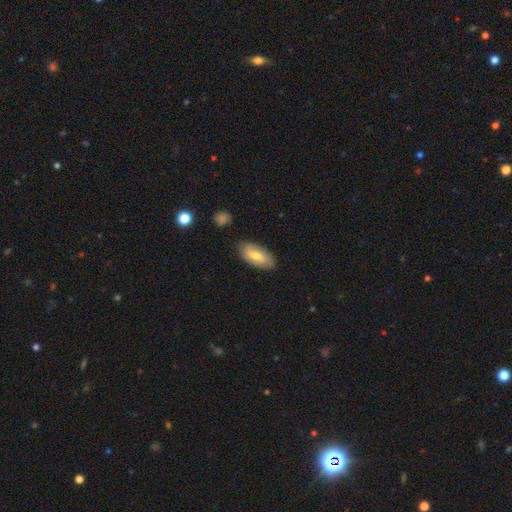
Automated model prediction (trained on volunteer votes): Smooth or featured? Predicted: smooth (p=0.60). How rounded? Predicted: in between (p=0.90). Merging? Predicted: none (p=0.84).